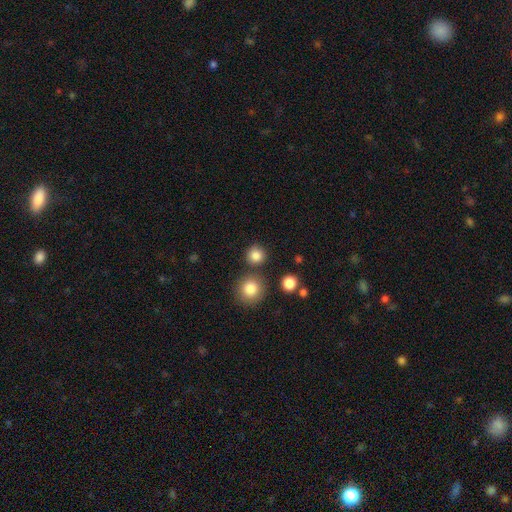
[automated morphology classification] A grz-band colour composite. It shows a smooth galaxy with no disk features (84%) that is round (93%). Merging: none (82%).